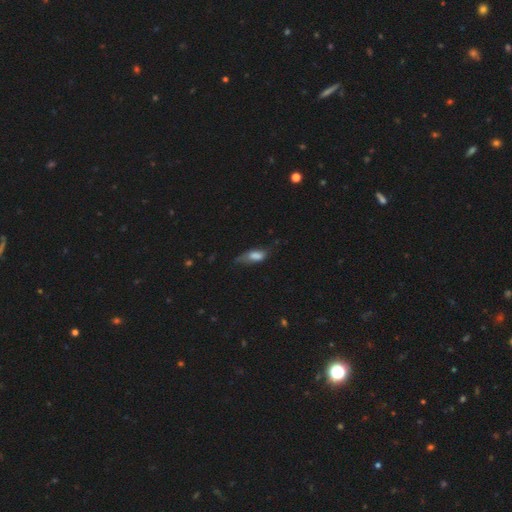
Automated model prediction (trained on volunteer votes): Overall: smooth (70%). How rounded: in between (76%). Merging: minor disturbance (37%, tied with none).